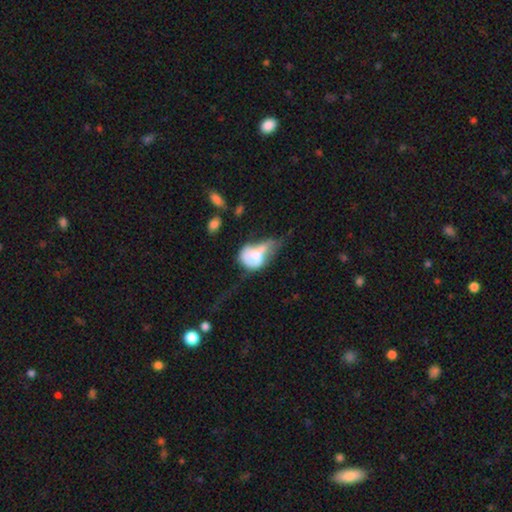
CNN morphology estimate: Overall: smooth (49%; featured or disk 43%). Merging: major disturbance (42%; merger 27%).